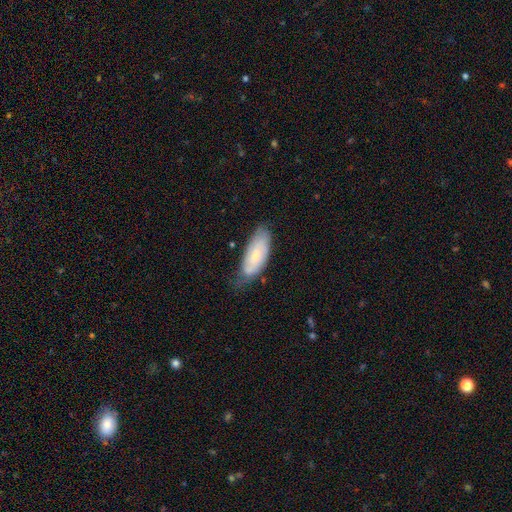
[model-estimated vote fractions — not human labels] Smooth or featured: smooth — 59% (featured or disk — 35%)
How rounded: in between — 80% (cigar-shaped — 18%)
Merging: none — 57% (minor disturbance — 33%)